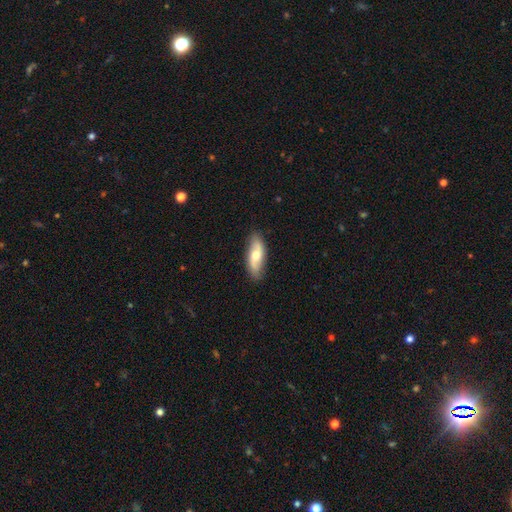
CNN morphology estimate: A featured or disk galaxy (49%). Merging: none (86%).